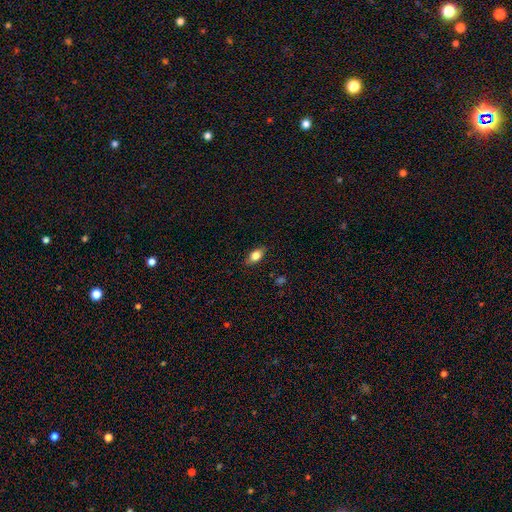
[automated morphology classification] Q: Smooth or featured?
A: smooth (77%); runner-up: featured or disk (15%)
Q: How rounded?
A: in between (84%); runner-up: cigar-shaped (8%)
Q: Merging?
A: none (84%); runner-up: minor disturbance (12%)